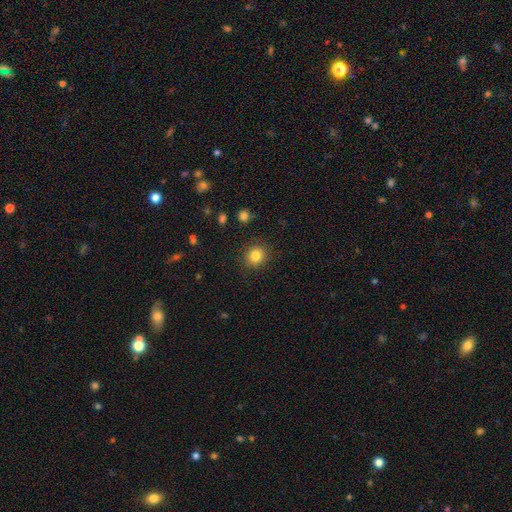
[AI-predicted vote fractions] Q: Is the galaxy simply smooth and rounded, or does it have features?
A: smooth — 82%.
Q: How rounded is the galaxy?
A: round — 87%.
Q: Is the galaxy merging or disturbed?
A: none — 89%.